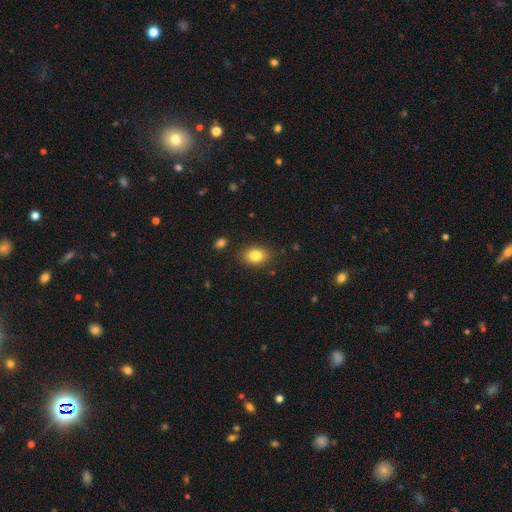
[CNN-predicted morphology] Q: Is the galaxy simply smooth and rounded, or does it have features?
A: smooth — 83%.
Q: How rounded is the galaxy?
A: in between — 77%.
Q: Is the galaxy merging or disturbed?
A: none — 85%.